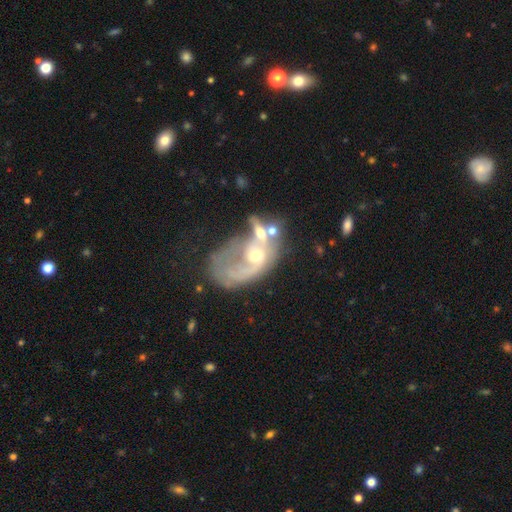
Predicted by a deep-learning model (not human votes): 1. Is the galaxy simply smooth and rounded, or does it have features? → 65% featured or disk, 24% smooth, 10% star or artifact.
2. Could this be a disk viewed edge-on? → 96% no, 4% yes.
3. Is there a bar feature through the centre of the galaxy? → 80% no, 16% weak, 4% strong.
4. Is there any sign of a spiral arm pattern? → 52% no, 48% yes.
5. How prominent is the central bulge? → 54% moderate, 35% small, 5% large, 5% none, 2% dominant.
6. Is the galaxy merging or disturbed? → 41% merger, 32% major disturbance, 15% none, 11% minor disturbance.